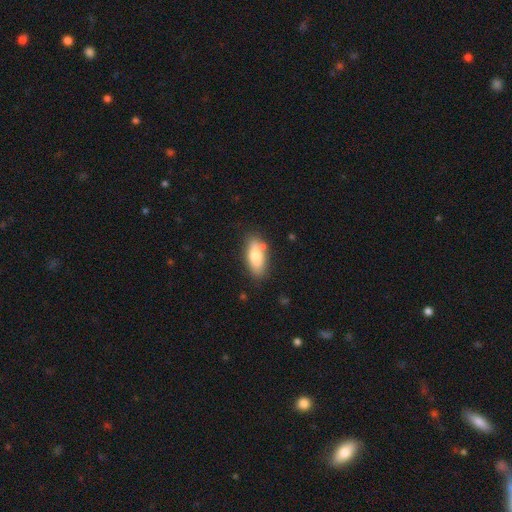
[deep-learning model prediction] The model was most divided on "smooth or featured": smooth: 72%, featured or disk: 21%, star or artifact: 7%. More confident: how rounded — in between (82%); merging — none (75%).